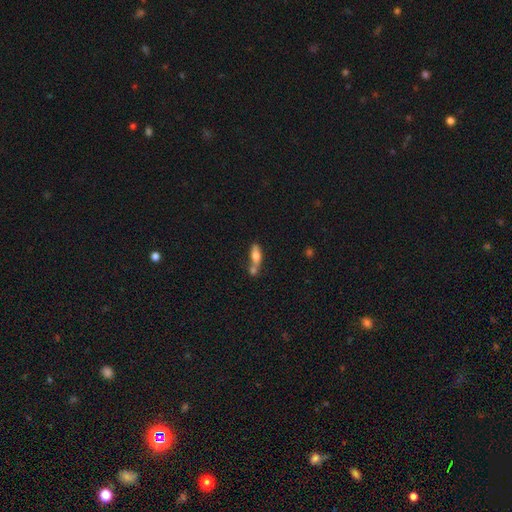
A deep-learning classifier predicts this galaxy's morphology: Q: Smooth or featured?
A: smooth (66%); runner-up: featured or disk (25%)
Q: How rounded?
A: in between (61%); runner-up: cigar-shaped (35%)
Q: Merging?
A: merger (50%); runner-up: none (31%)